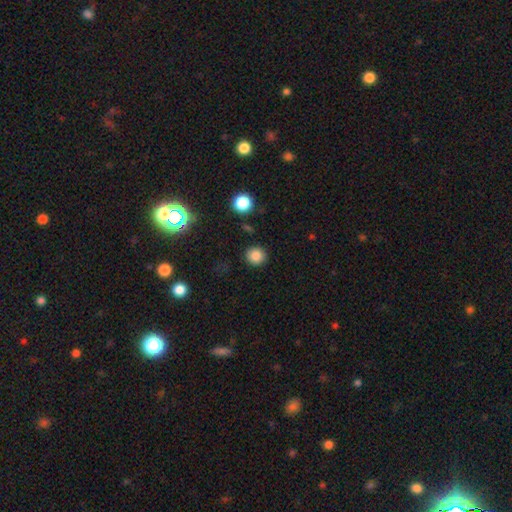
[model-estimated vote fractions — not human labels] smooth 83%, star or artifact 11%, featured or disk 6%. Down the decision tree: how rounded — round (90%); merging — none (90%).